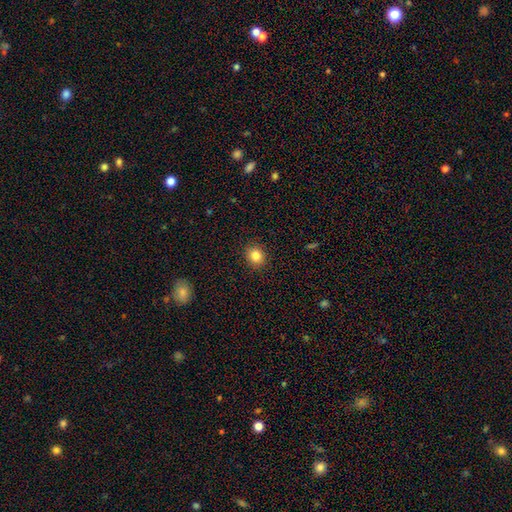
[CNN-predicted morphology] A smooth galaxy with no disk features (84%) that is round (76%).

Vote fractions:
- Smooth or featured? smooth: 84% / star or artifact: 11% / featured or disk: 5%
- How rounded? round: 76% / in between: 24% / cigar-shaped: 1%
- Merging? none: 91% / minor disturbance: 6% / major disturbance: 2% / merger: 1%